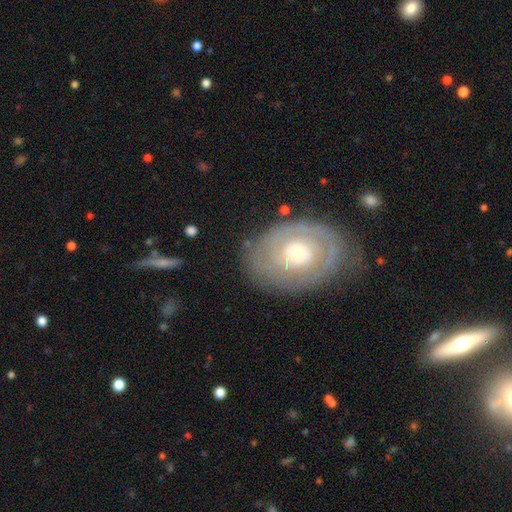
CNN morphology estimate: smooth_or_featured: featured or disk (p=0.71) [alt: smooth p=0.23]
disk_edge_on: no (p=0.96) [alt: yes p=0.04]
bar: no (p=0.84) [alt: weak p=0.13]
has_spiral_arms: yes (p=0.64) [alt: no p=0.36]
bulge_size: moderate (p=0.48) [alt: small p=0.28]
merging: none (p=0.76) [alt: minor disturbance p=0.16]